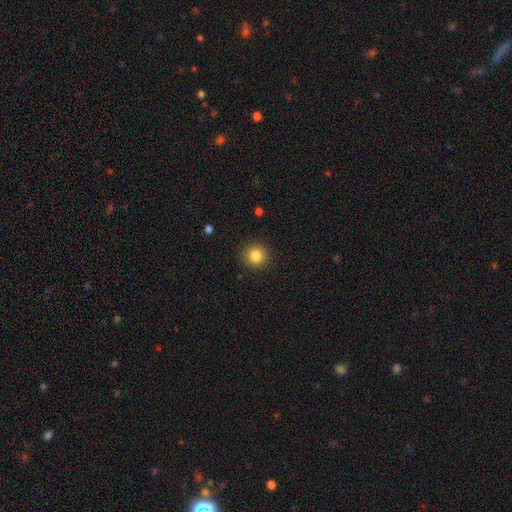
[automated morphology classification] smooth-or-featured: smooth: 84% | star or artifact: 10% | featured or disk: 5%
  how-rounded: round: 92% | in between: 7% | cigar-shaped: 1%
  merging: none: 91% | minor disturbance: 6% | major disturbance: 2% | merger: 1%